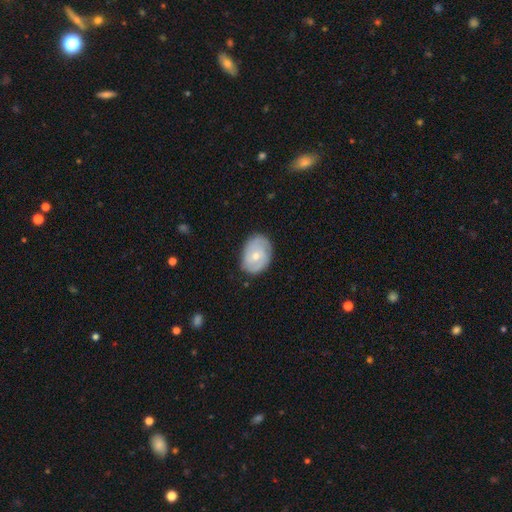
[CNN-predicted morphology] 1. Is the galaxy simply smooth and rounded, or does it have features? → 52% featured or disk, 42% smooth, 6% star or artifact.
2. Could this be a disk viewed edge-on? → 95% no, 5% yes.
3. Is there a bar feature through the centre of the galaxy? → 71% no, 25% weak, 4% strong.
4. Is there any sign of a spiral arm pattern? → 74% yes, 26% no.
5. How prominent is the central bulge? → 59% moderate, 36% small, 2% large, 1% none, 1% dominant.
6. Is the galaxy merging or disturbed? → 77% none, 18% minor disturbance, 4% major disturbance, 1% merger.